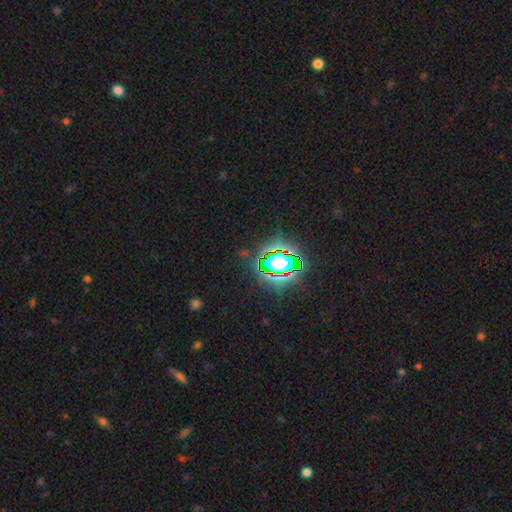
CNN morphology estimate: type=star or artifact (81%).